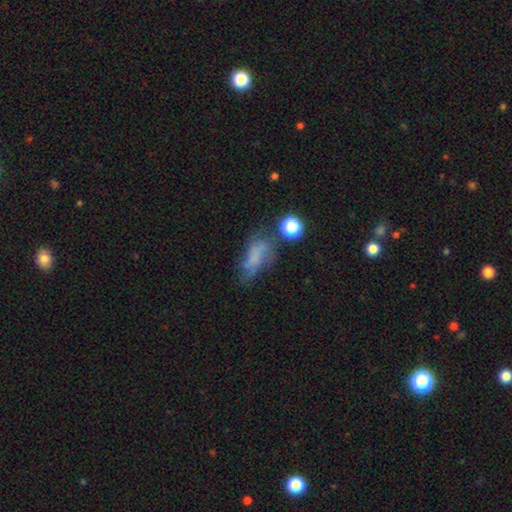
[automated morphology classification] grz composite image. It shows a smooth galaxy with no disk features (45%). Merging: none (42%).